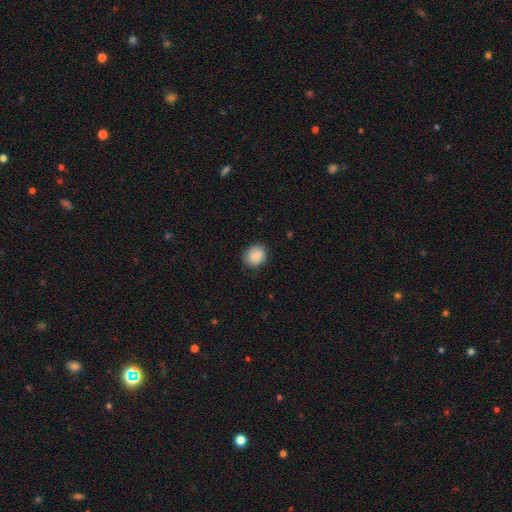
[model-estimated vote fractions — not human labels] Smooth or featured: smooth — 89% (star or artifact — 7%)
How rounded: round — 70% (in between — 29%)
Merging: none — 84% (minor disturbance — 12%)